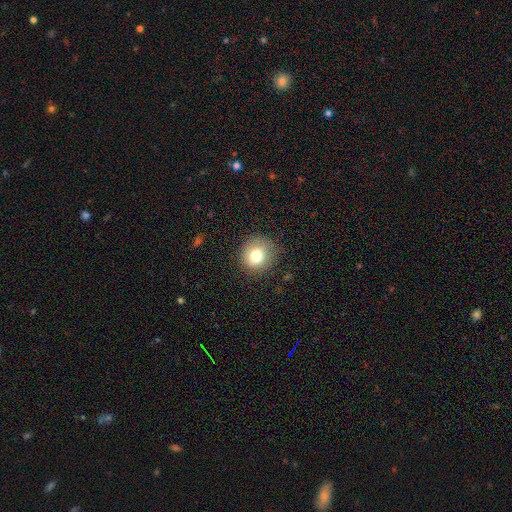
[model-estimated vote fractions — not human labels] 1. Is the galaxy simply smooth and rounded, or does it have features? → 78% smooth, 11% featured or disk, 10% star or artifact.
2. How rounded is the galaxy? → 87% round, 12% in between, 1% cigar-shaped.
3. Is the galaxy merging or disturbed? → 81% none, 14% minor disturbance, 4% major disturbance, 1% merger.